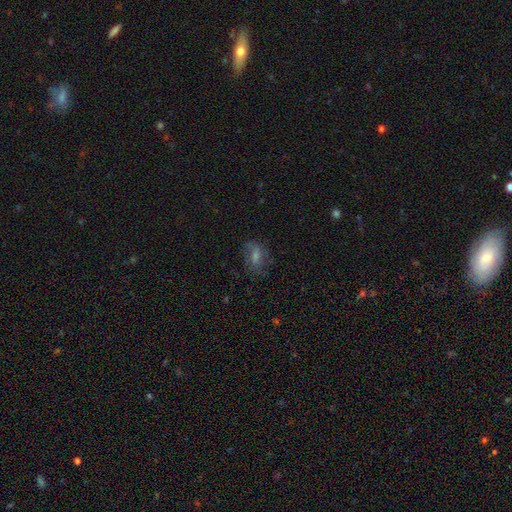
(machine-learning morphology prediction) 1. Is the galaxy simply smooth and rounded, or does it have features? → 44% smooth, 34% featured or disk, 22% star or artifact.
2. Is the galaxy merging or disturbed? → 72% none, 18% minor disturbance, 8% major disturbance, 2% merger.